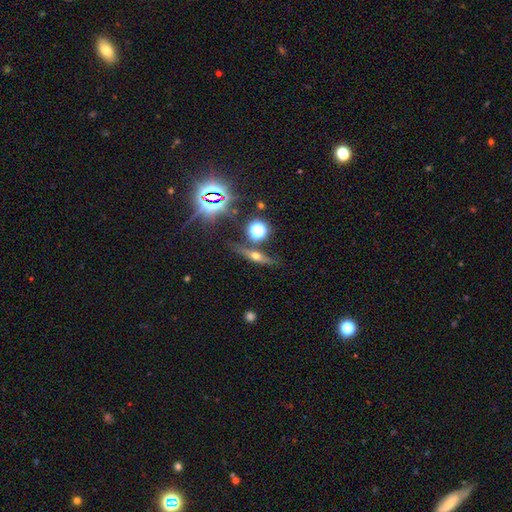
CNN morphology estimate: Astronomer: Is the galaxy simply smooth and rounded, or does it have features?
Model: featured or disk — 49% (runner-up: smooth, 30%).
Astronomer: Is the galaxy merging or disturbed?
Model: none — 78%.